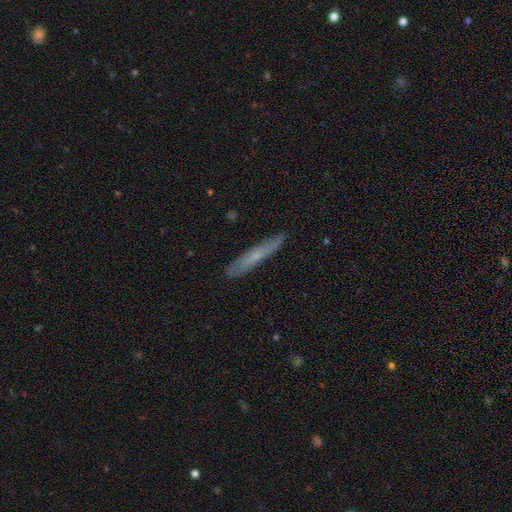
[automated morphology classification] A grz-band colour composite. It shows a smooth galaxy with no disk features (49%). Merging: none (85%).